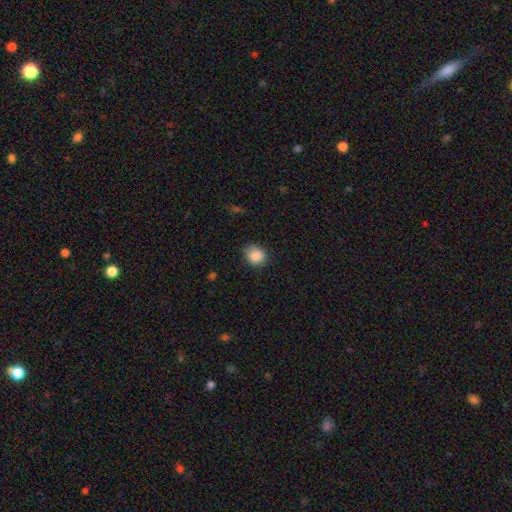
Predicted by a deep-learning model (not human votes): Q: Smooth or featured?
A: smooth (87%); runner-up: star or artifact (8%)
Q: How rounded?
A: round (66%); runner-up: in between (33%)
Q: Merging?
A: none (78%); runner-up: minor disturbance (18%)